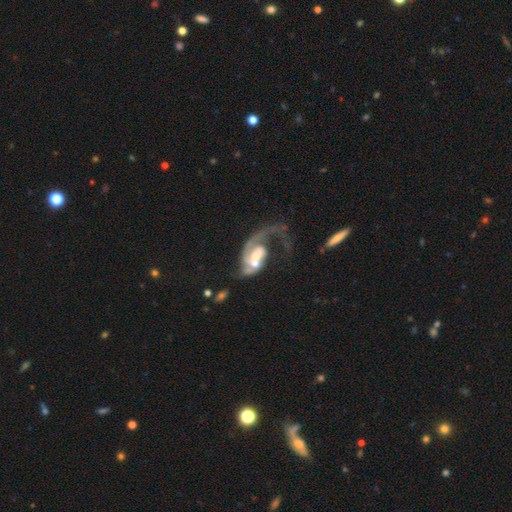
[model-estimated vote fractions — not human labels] Smooth or featured? Predicted: featured or disk (p=0.81). Edge-on disk? Predicted: no (p=0.97). Bar? Predicted: no (p=0.57). Spiral arms? Predicted: yes (p=0.88). Spiral winding? Predicted: loose (p=0.51). Spiral arm count? Predicted: 1 (p=0.63). Bulge size? Predicted: moderate (p=0.47). Merging? Predicted: merger (p=0.40).